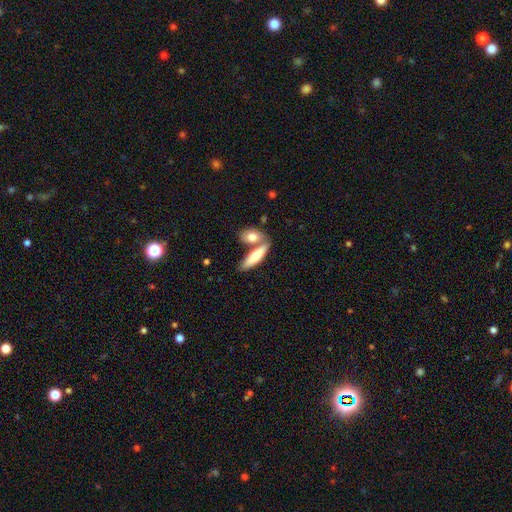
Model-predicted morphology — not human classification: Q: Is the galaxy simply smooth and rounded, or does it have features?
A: smooth — 72%.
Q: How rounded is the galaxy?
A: cigar-shaped — 51%.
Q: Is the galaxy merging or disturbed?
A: none — 48%.